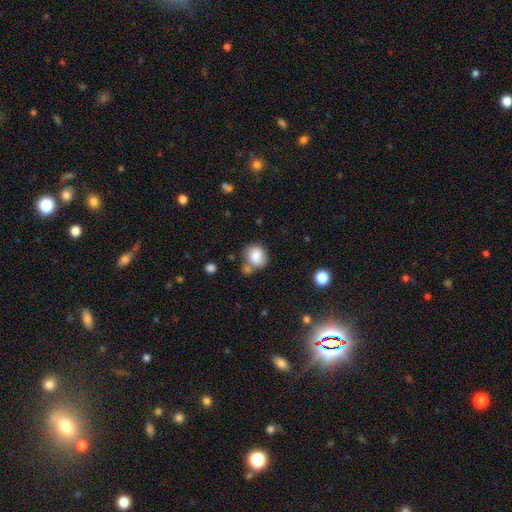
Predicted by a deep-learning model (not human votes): Smooth or featured: smooth — 79% (featured or disk — 12%)
How rounded: round — 76% (in between — 23%)
Merging: none — 54% (merger — 20%)